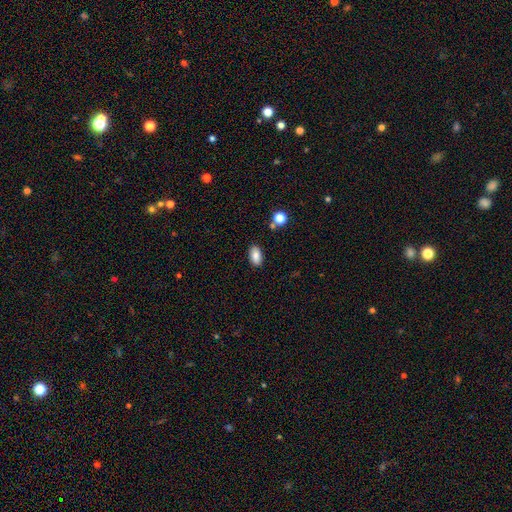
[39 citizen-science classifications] Smooth or featured?
  - smooth: 92% *
  - star or artifact: 8%
  - featured or disk: 0%
How rounded?
  - in between: 94% *
  - round: 6%
  - cigar-shaped: 0%
Merging?
  - none: 89% *
  - minor disturbance: 11%
  - major disturbance: 0%
  - merger: 0%